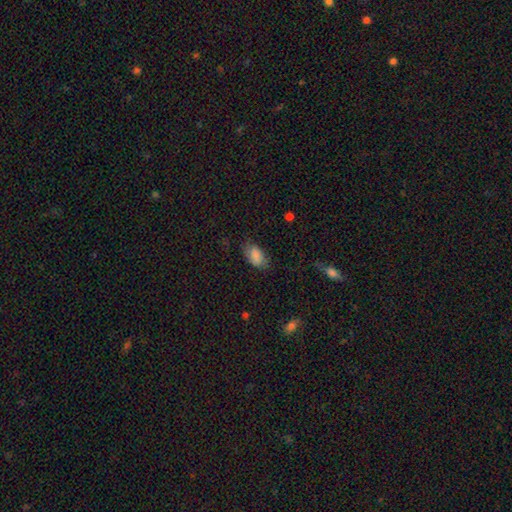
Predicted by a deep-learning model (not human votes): Morphology: type=smooth (82%); roundness=in between (93%); merging=none (63%).